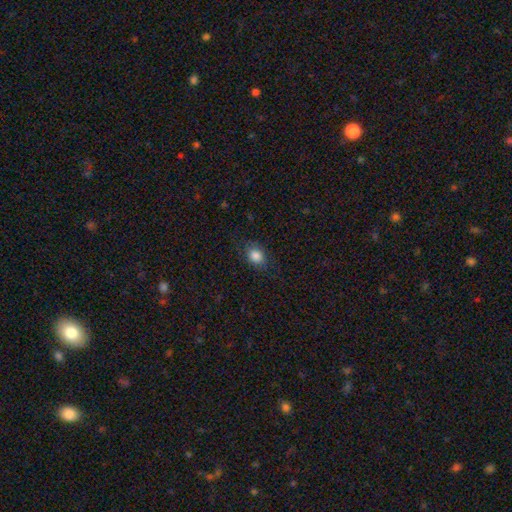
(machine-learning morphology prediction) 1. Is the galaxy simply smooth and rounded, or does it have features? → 84% smooth, 9% star or artifact, 7% featured or disk.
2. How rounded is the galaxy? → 59% in between, 40% round, 1% cigar-shaped.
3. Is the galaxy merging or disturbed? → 78% none, 16% minor disturbance, 5% major disturbance, 1% merger.